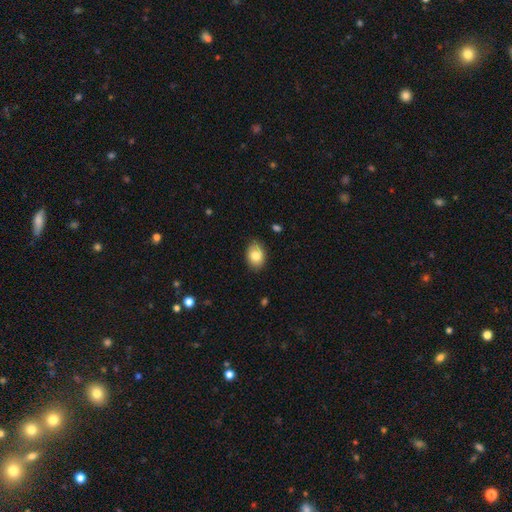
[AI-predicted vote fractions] Smooth or featured?
  - smooth: 83% *
  - featured or disk: 10%
  - star or artifact: 8%
How rounded?
  - in between: 78% *
  - round: 21%
  - cigar-shaped: 1%
Merging?
  - none: 85% *
  - minor disturbance: 12%
  - major disturbance: 2%
  - merger: 1%